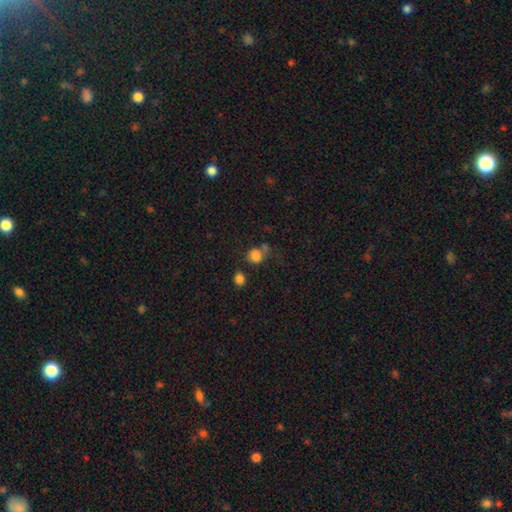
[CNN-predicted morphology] Smooth or featured?
  - smooth: 78% *
  - star or artifact: 14%
  - featured or disk: 7%
How rounded?
  - round: 67% *
  - in between: 32%
  - cigar-shaped: 1%
Merging?
  - none: 50% *
  - merger: 21%
  - minor disturbance: 18%
  - major disturbance: 11%